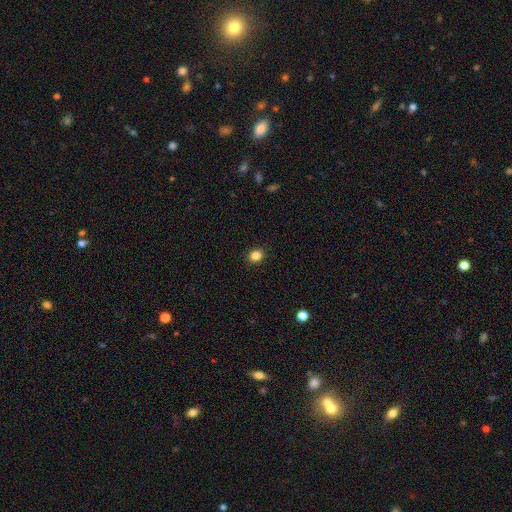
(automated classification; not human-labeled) The model was most divided on "how rounded": round: 65%, in between: 34%, cigar-shaped: 1%. More confident: merging — none (91%); smooth or featured — smooth (85%).